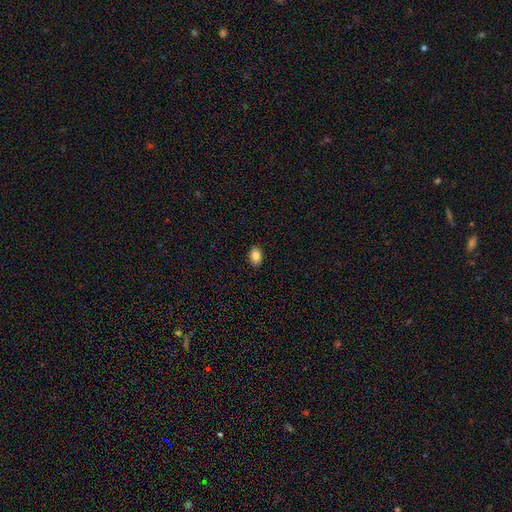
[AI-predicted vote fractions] smooth 86%, star or artifact 9%, featured or disk 6%. Down the decision tree: how rounded — in between (83%); merging — none (88%).